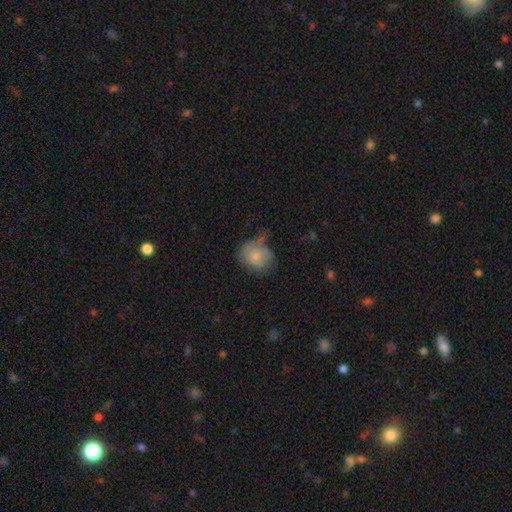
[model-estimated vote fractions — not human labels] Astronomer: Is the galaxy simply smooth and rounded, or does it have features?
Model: smooth — 74%.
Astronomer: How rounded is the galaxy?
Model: round — 64%.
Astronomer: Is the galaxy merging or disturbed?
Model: none — 46% (runner-up: minor disturbance, 31%).